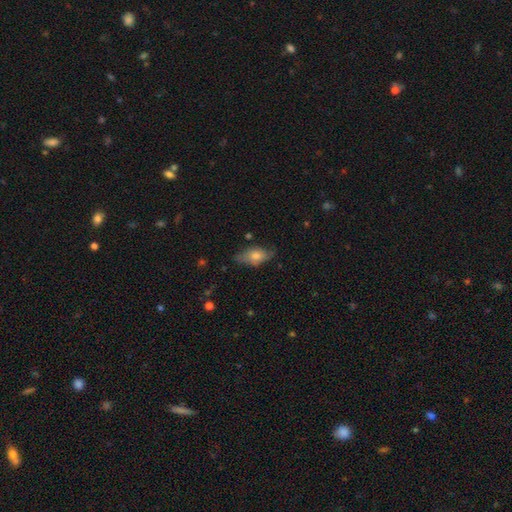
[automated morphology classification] Smooth or featured? smooth (56%)
How rounded? in between (84%)
Merging? none (63%)